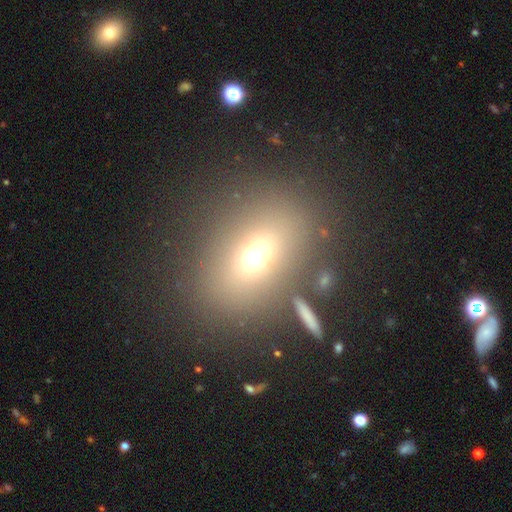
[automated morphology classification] smooth 65%, star or artifact 20%, featured or disk 15%. Down the decision tree: how rounded — in between (58%); merging — none (75%).